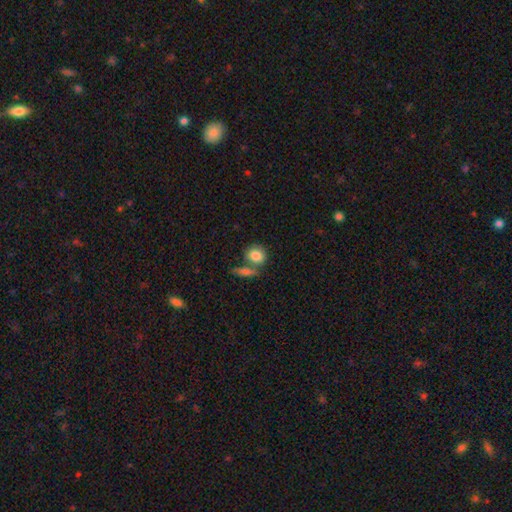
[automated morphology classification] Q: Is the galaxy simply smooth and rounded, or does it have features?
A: smooth — 83%.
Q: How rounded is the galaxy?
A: round — 60%.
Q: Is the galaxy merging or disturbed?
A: none — 53%.